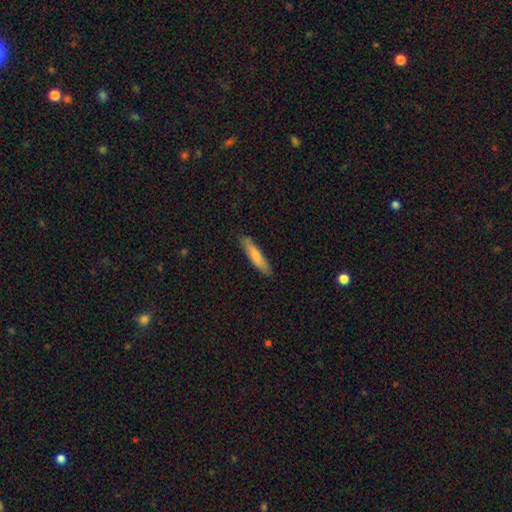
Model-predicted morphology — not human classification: Smooth or featured?
  - smooth: 73% *
  - featured or disk: 21%
  - star or artifact: 5%
How rounded?
  - cigar-shaped: 83% *
  - in between: 15%
  - round: 1%
Merging?
  - none: 85% *
  - minor disturbance: 12%
  - major disturbance: 2%
  - merger: 1%